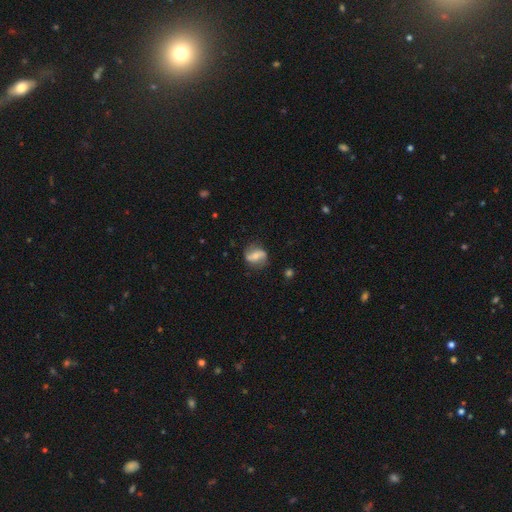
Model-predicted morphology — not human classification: This appears to be a featured or disk galaxy (65%) with a strong bar (41%), 2 (89%) loose (57%) spiral arms (88%) and a small central bulge (46%). Merging: none (77%).